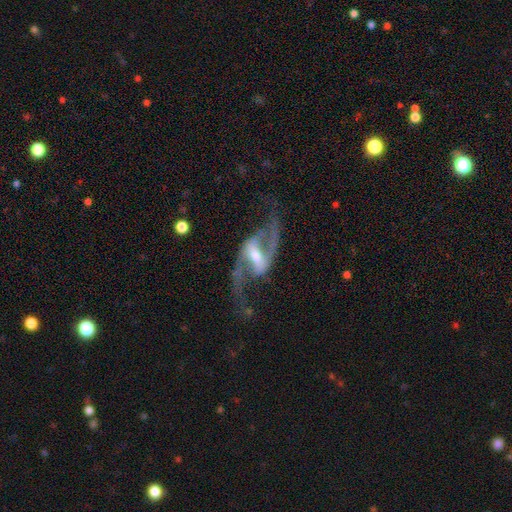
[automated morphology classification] A featured or disk galaxy (91%) with a strong bar (55%), 2 (94%) loose (70%) spiral arms (96%) and a moderate central bulge (54%).

Vote fractions:
- Smooth or featured? featured or disk: 91% / smooth: 5% / star or artifact: 4%
- Edge-on disk? no: 96% / yes: 4%
- Bar? strong: 55% / weak: 34% / no: 10%
- Spiral arms? yes: 96% / no: 4%
- Spiral winding? loose: 70% / medium: 25% / tight: 5%
- Spiral arm count? 2: 94% / 1: 2% / can't tell: 1% / 3: 1% / 4: 1% / more than 4: 1%
- Bulge size? moderate: 54% / small: 35% / large: 7% / none: 3% / dominant: 1%
- Merging? none: 73% / major disturbance: 12% / minor disturbance: 12% / merger: 3%